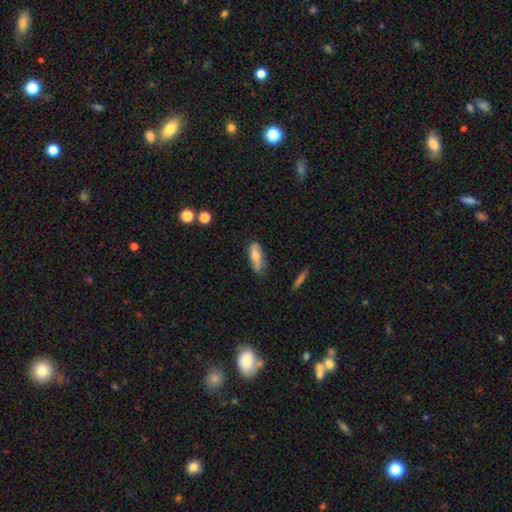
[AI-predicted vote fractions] smooth 75%, featured or disk 18%, star or artifact 7%. Down the decision tree: how rounded — in between (62%); merging — none (63%).